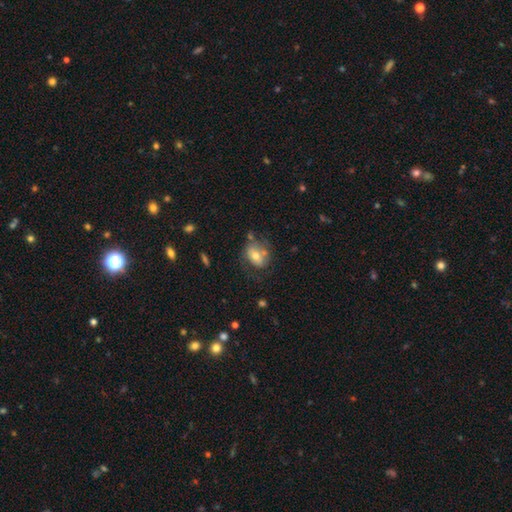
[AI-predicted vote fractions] A smooth galaxy with no disk features (63%) that is in between round and cigar-shaped (69%). Merging: none (51%).